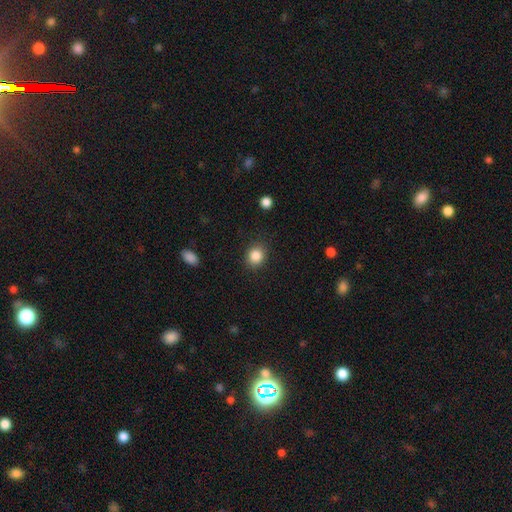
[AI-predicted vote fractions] Smooth or featured: smooth — 86% (star or artifact — 10%)
How rounded: round — 74% (in between — 26%)
Merging: none — 87% (minor disturbance — 9%)